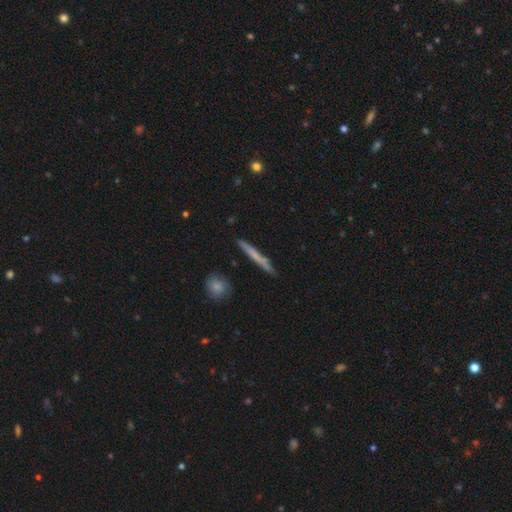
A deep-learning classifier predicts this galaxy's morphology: The model was most divided on "smooth or featured": smooth: 56%, featured or disk: 37%, star or artifact: 6%. More confident: how rounded — cigar-shaped (95%); merging — none (85%).